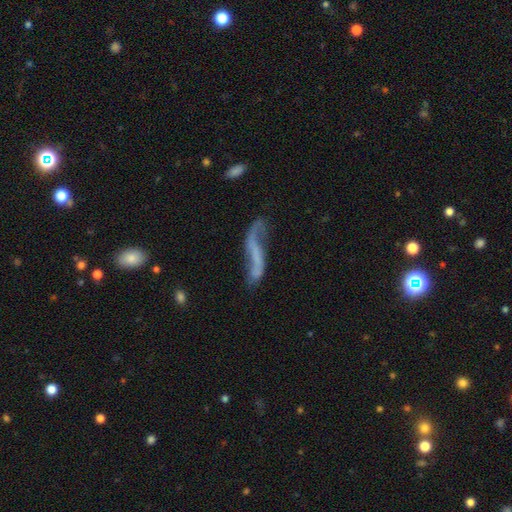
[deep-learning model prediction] Morphology: type=featured or disk (71%); edge-on=no (82%); bar=no (42%); spiral arms=yes (78%); bulge=none (68%); merging=none (45%).